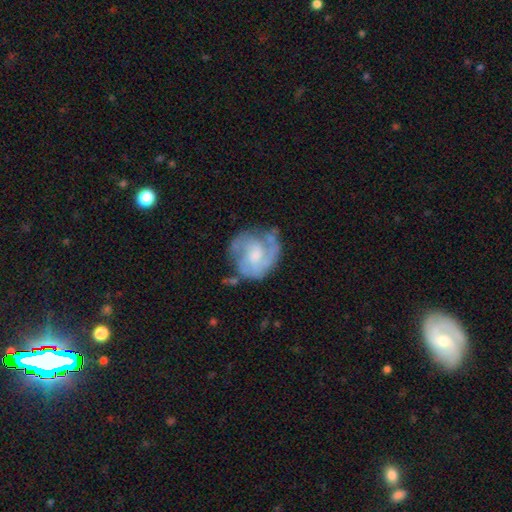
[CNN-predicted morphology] The model was most divided on "spiral winding": medium: 44%, tight: 41%, loose: 15%. Remaining: edge-on disk — no (98%); spiral arms — yes (91%); smooth or featured — featured or disk (76%); merging — none (58%); bar — no (56%); bulge size — moderate (46%); spiral arm count — 2 (44%).